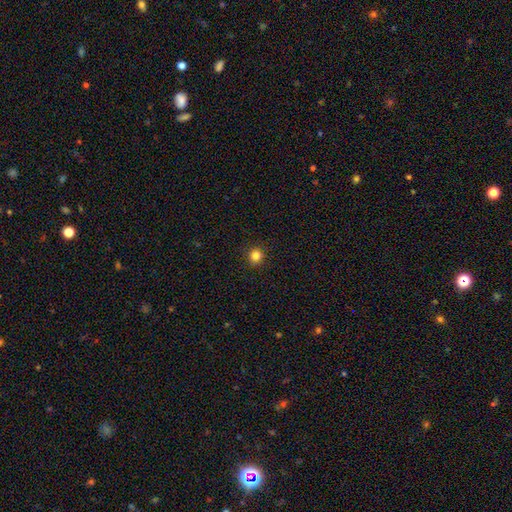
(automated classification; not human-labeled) Smooth or featured? smooth (83%)
How rounded? round (92%)
Merging? none (92%)